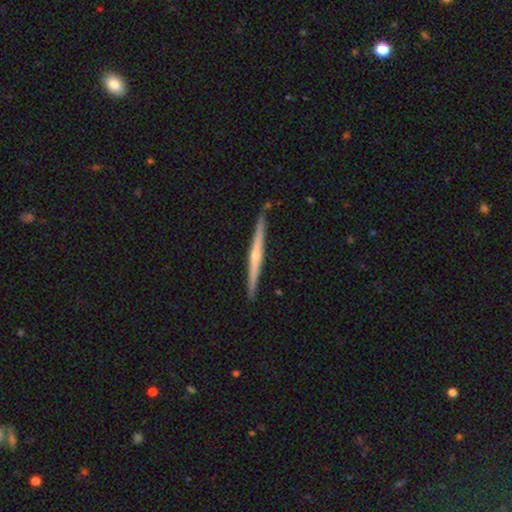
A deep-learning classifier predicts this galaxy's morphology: A featured or disk galaxy (75%) viewed edge-on (98%) with a rounded central bulge (77%).

Vote fractions:
- Smooth or featured? featured or disk: 75% / smooth: 20% / star or artifact: 5%
- Edge-on disk? yes: 98% / no: 2%
- Edge-on bulge? rounded: 77% / none: 19% / boxy: 5%
- Merging? none: 91% / minor disturbance: 7% / merger: 1% / major disturbance: 1%